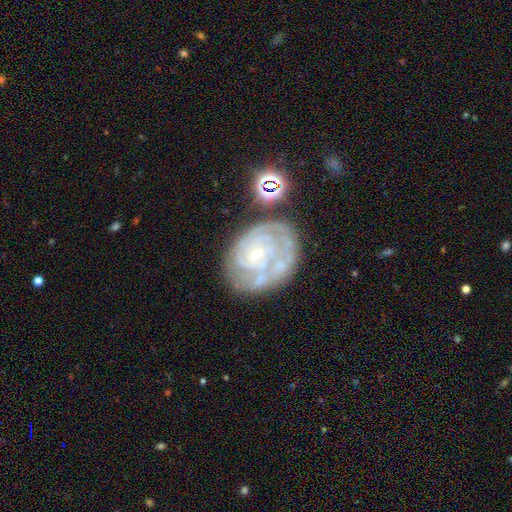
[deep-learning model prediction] featured or disk 83%, smooth 10%, star or artifact 8%. Down the decision tree: edge-on disk — no (98%); bar — no (56%); spiral arms — yes (91%); spiral arm count — can't tell (40%); spiral winding — tight (69%); bulge size — small (74%); merging — none (55%).